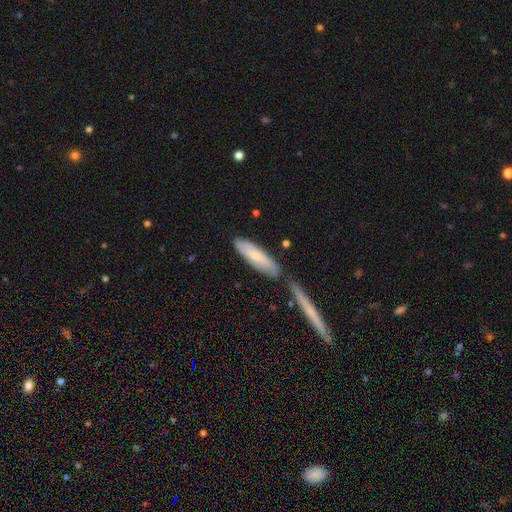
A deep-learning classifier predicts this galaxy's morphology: Q: Smooth or featured?
A: smooth (68%); runner-up: featured or disk (27%)
Q: How rounded?
A: cigar-shaped (64%); runner-up: in between (35%)
Q: Merging?
A: none (61%); runner-up: merger (19%)